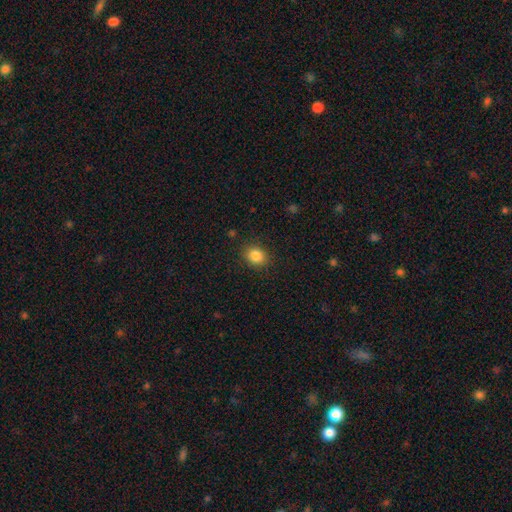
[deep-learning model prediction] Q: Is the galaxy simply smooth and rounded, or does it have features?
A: smooth — 85%.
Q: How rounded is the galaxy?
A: round — 64%.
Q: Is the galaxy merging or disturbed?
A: none — 88%.